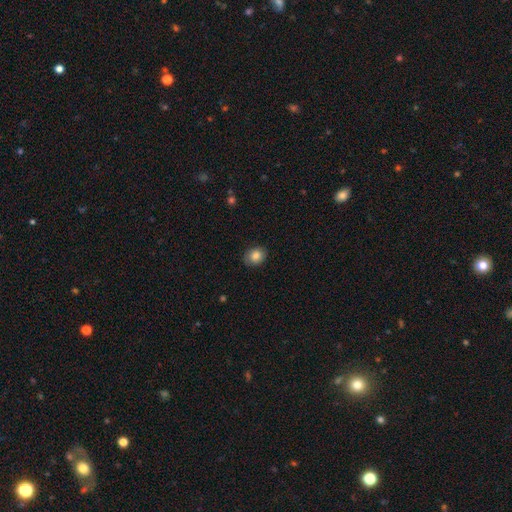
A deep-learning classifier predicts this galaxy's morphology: Smooth or featured?
  - smooth: 84% *
  - star or artifact: 8%
  - featured or disk: 8%
How rounded?
  - round: 50% *
  - in between: 49%
  - cigar-shaped: 1%
Merging?
  - none: 86% *
  - minor disturbance: 11%
  - major disturbance: 2%
  - merger: 1%